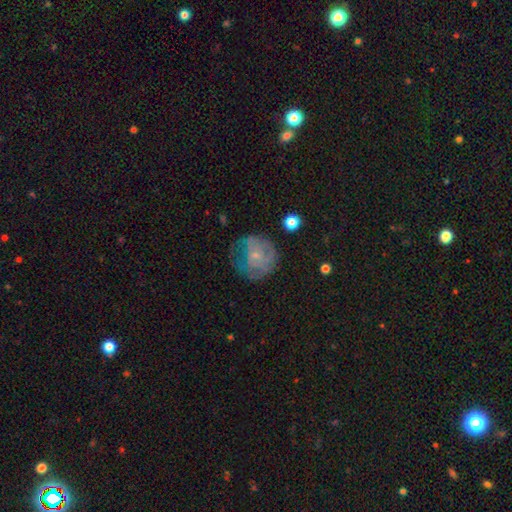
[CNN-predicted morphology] Overall: featured or disk (47%; smooth 43%). Merging: none (42%; major disturbance 29%).